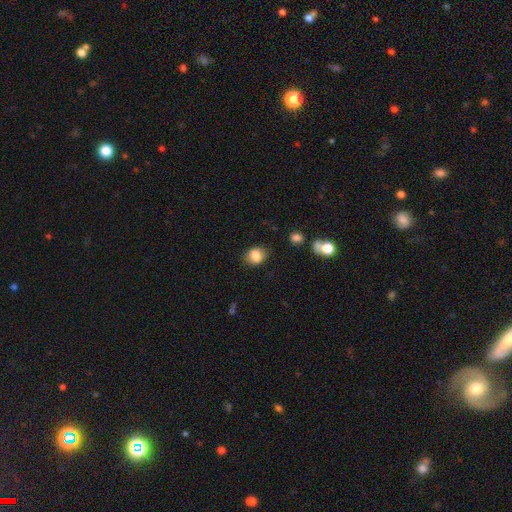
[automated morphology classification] The model was most divided on "how rounded": round: 60%, in between: 39%, cigar-shaped: 1%. More confident: smooth or featured — smooth (84%); merging — none (81%).